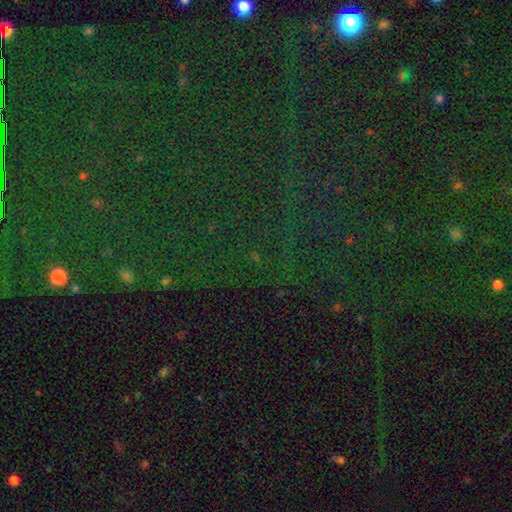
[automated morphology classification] Smooth or featured?
  - star or artifact: 82% *
  - smooth: 11%
  - featured or disk: 7%